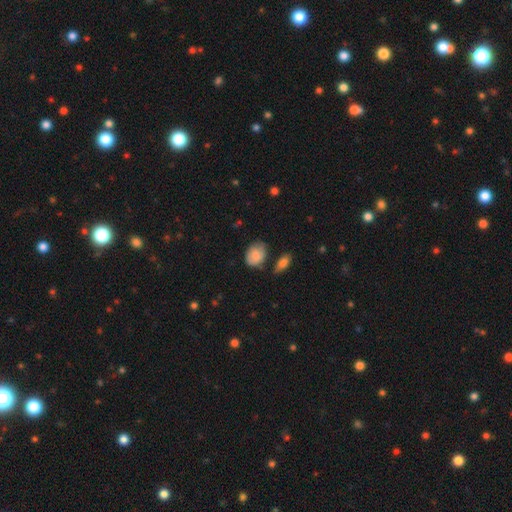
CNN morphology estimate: This is clearly a smooth galaxy (81%). How rounded: likely in between (68%). Merging: possibly none (60%).